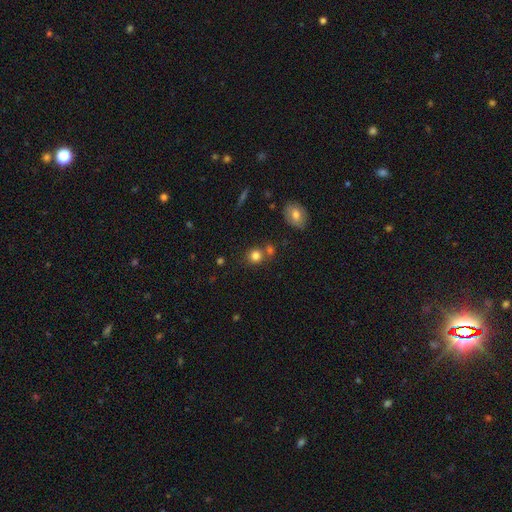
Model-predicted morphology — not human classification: Smooth or featured? Predicted: smooth (p=0.81). How rounded? Predicted: round (p=0.84). Merging? Predicted: none (p=0.65).